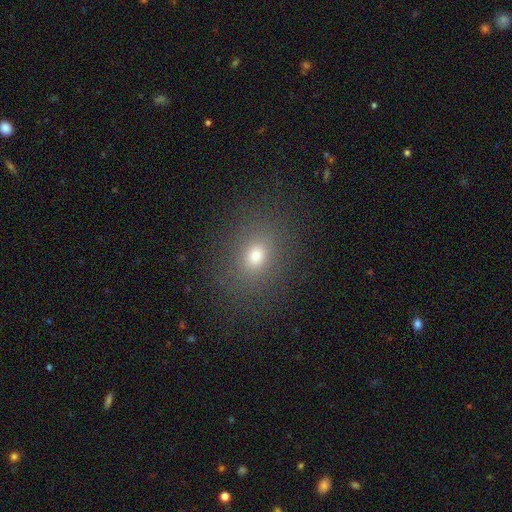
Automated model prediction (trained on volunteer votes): This appears to be a smooth galaxy with no disk features (73%) that is round (50%). Merging: none (85%).